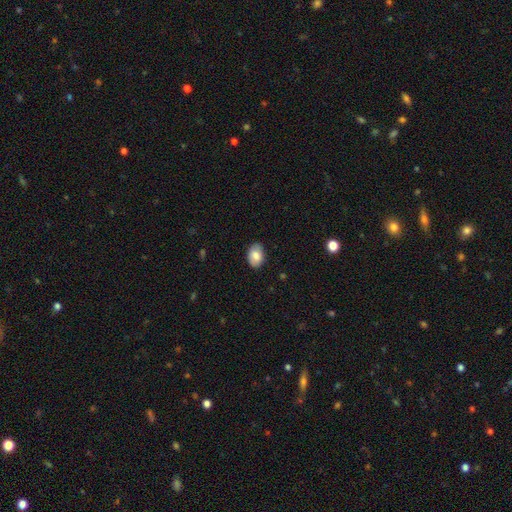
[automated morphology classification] type=smooth (79%); roundness=in between (86%); merging=none (84%).